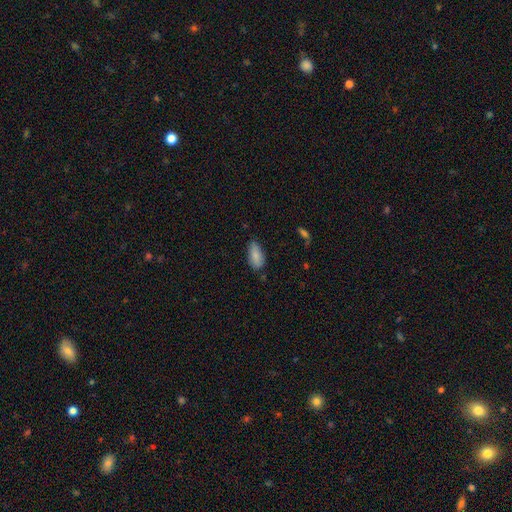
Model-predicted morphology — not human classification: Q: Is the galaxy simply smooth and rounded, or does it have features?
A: smooth — 85%.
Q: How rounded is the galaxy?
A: in between — 89%.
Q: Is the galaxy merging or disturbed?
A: none — 67%.